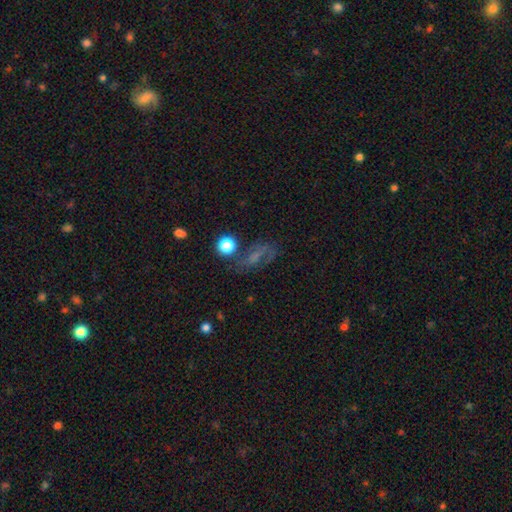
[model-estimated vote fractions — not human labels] A featured or disk galaxy (40%).

Vote fractions:
- Smooth or featured? featured or disk: 40% / smooth: 34% / star or artifact: 25%
- Merging? none: 57% / minor disturbance: 20% / major disturbance: 16% / merger: 7%